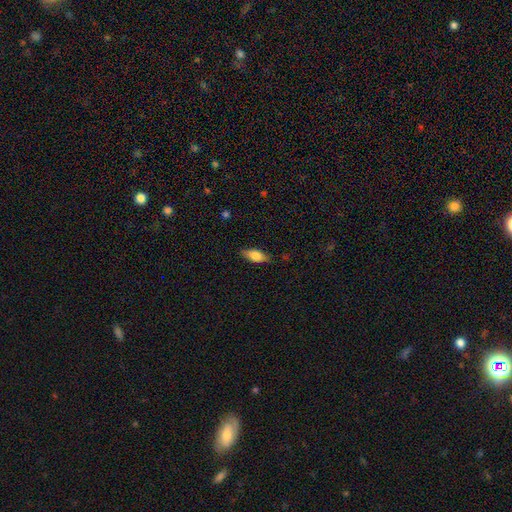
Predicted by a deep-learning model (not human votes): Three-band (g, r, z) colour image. It shows a smooth galaxy with no disk features (74%) that is in between round and cigar-shaped (76%). Merging: none (81%).